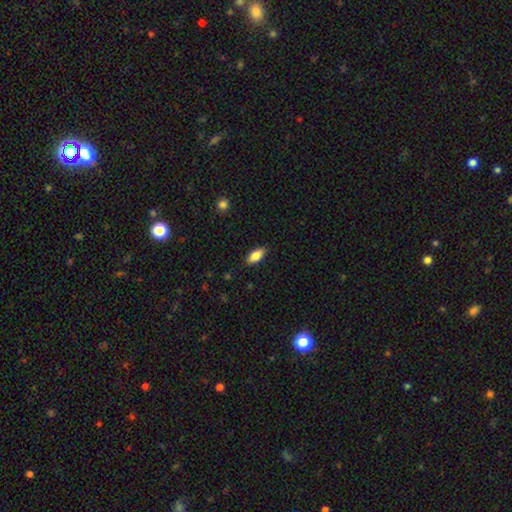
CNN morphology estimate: smooth-or-featured: smooth: 82% | featured or disk: 11% | star or artifact: 7%
  how-rounded: in between: 87% | cigar-shaped: 10% | round: 3%
  merging: none: 86% | minor disturbance: 10% | major disturbance: 2% | merger: 1%